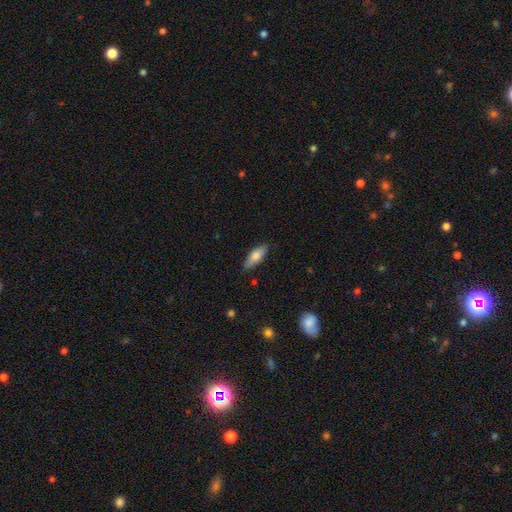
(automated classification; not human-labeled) A smooth galaxy with no disk features (76%) that is in between round and cigar-shaped (69%). Merging: none (83%).